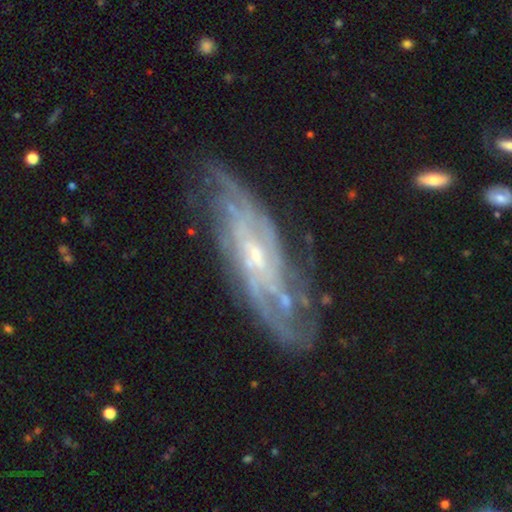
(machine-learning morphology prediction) smooth_or_featured: featured or disk (p=0.86) [alt: smooth p=0.08]
disk_edge_on: no (p=0.79) [alt: yes p=0.21]
bar: no (p=0.51) [alt: weak p=0.38]
has_spiral_arms: yes (p=0.93) [alt: no p=0.07]
spiral_winding: tight (p=0.54) [alt: medium p=0.34]
spiral_arm_count: can't tell (p=0.44) [alt: 2 p=0.18]
bulge_size: small (p=0.69) [alt: moderate p=0.25]
merging: none (p=0.74) [alt: minor disturbance p=0.18]